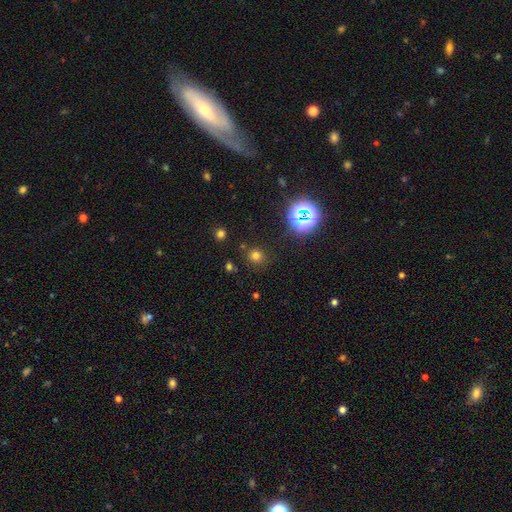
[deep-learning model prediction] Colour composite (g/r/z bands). It shows a smooth galaxy with no disk features (68%) that is round (89%). Merging: none (84%).